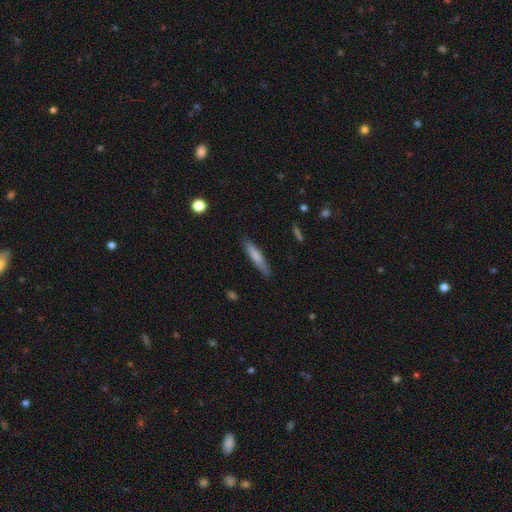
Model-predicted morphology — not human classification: This appears to be a smooth galaxy with no disk features (73%) that is cigar-shaped (90%). Merging: none (87%).